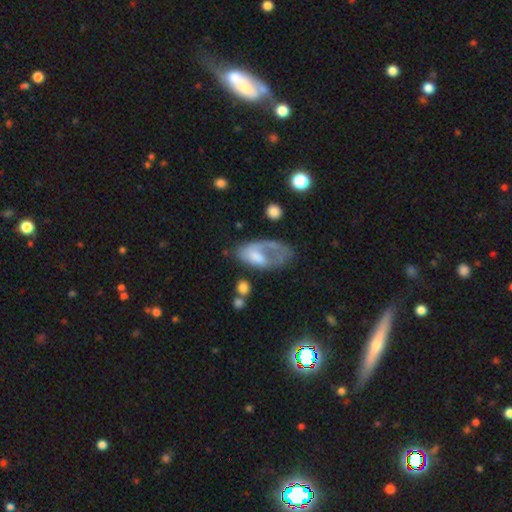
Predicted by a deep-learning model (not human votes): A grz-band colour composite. It shows a featured or disk galaxy (51%). Merging: major disturbance (46%).